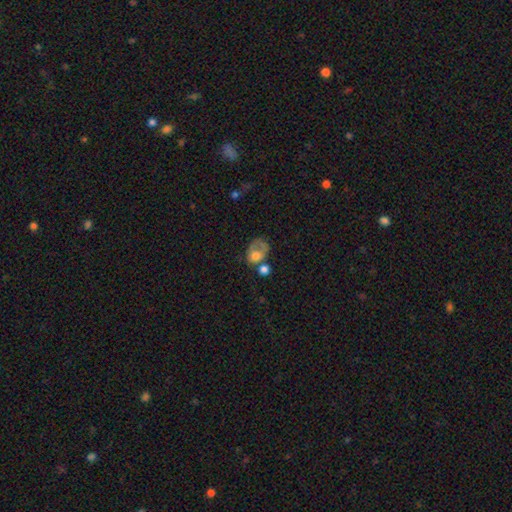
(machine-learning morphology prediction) The model was most divided on "merging": major disturbance: 29%, merger: 26%, none: 25%, minor disturbance: 20%. More confident: smooth or featured — smooth (61%); how rounded — in between (60%).